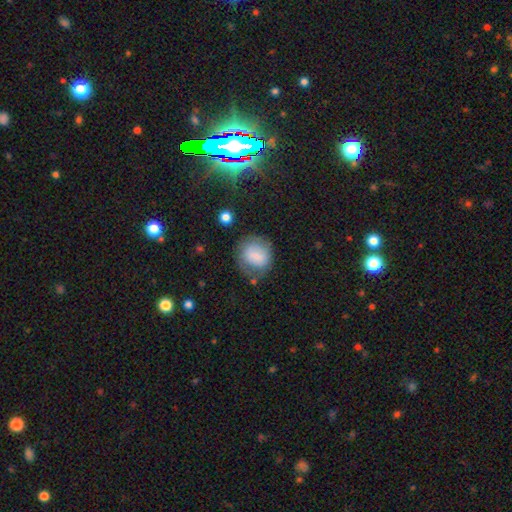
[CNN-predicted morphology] type=smooth (70%); roundness=round (77%); merging=none (57%).